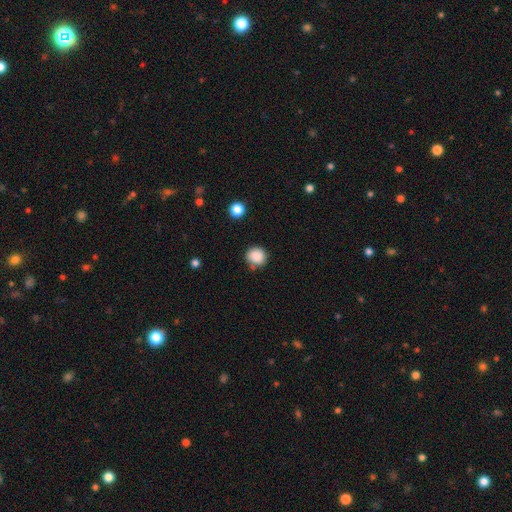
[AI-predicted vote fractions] Smooth or featured? Predicted: smooth (p=0.87). How rounded? Predicted: round (p=0.88). Merging? Predicted: none (p=0.76).